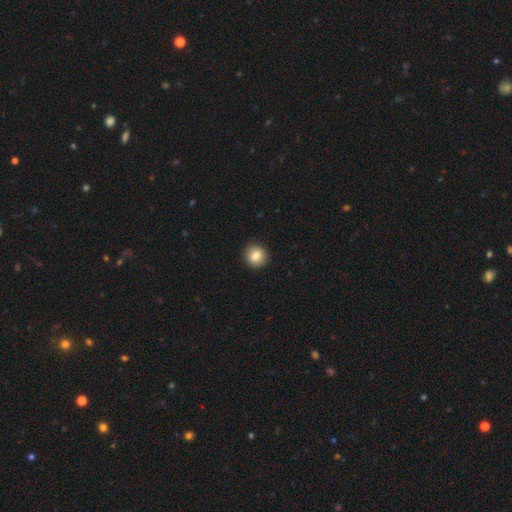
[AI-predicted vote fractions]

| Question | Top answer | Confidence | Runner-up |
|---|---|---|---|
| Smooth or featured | smooth | 83% | star or artifact (9%) |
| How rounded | round | 93% | in between (6%) |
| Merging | none | 93% | minor disturbance (5%) |